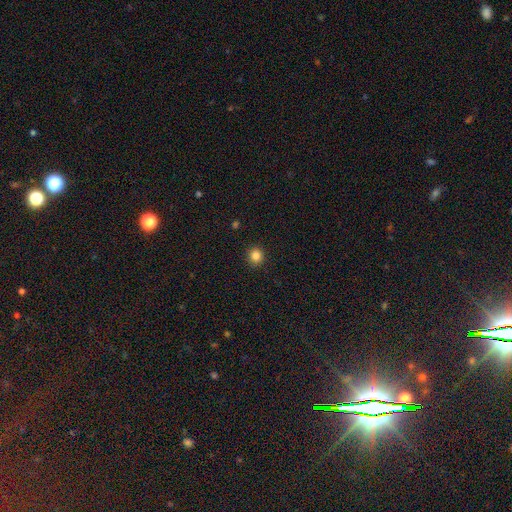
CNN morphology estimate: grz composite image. It shows a smooth galaxy with no disk features (84%) that is round (92%). Merging: none (92%).